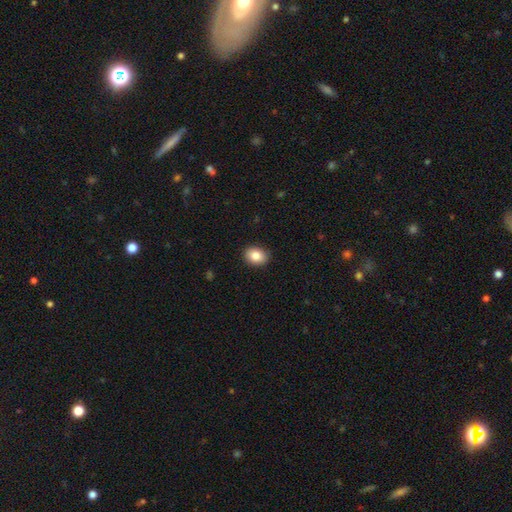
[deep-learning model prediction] A smooth galaxy with no disk features (86%) that is in between round and cigar-shaped (60%). Merging: none (89%).